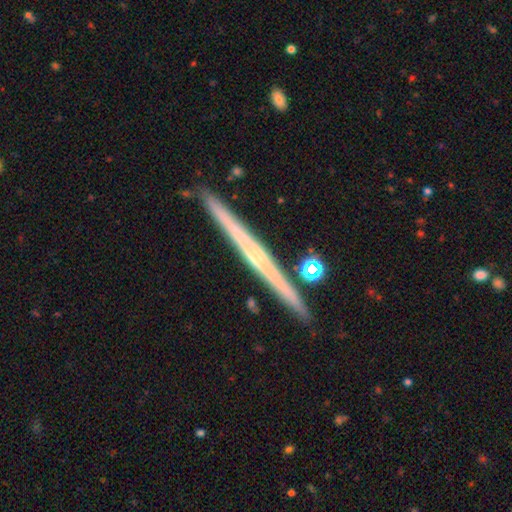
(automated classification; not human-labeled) A featured or disk galaxy (74%) viewed edge-on (98%) with no central bulge (51%).

Vote fractions:
- Smooth or featured? featured or disk: 74% / smooth: 20% / star or artifact: 6%
- Edge-on disk? yes: 98% / no: 2%
- Edge-on bulge? none: 51% / rounded: 44% / boxy: 5%
- Merging? none: 89% / minor disturbance: 6% / merger: 3% / major disturbance: 1%